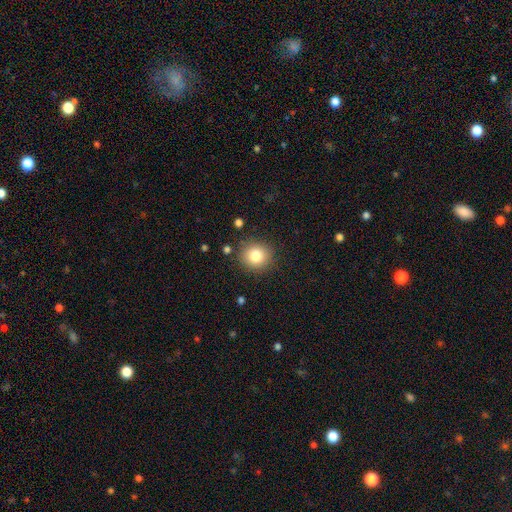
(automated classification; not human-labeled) Morphology: type=smooth (81%); roundness=round (86%); merging=none (87%).